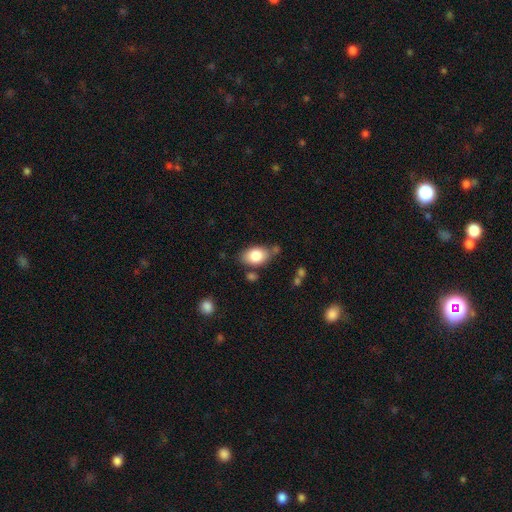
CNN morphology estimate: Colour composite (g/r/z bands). It shows a smooth galaxy with no disk features (84%) that is in between round and cigar-shaped (88%). Merging: none (69%).